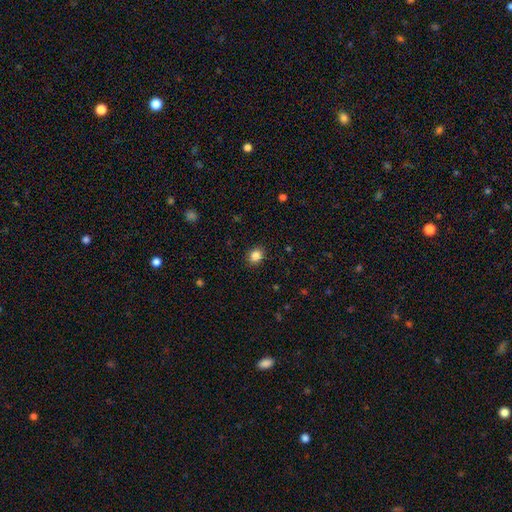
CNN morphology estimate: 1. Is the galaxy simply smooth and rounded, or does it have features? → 85% smooth, 10% star or artifact, 4% featured or disk.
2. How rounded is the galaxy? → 55% round, 44% in between, 1% cigar-shaped.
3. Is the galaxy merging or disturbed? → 90% none, 7% minor disturbance, 2% major disturbance, 1% merger.